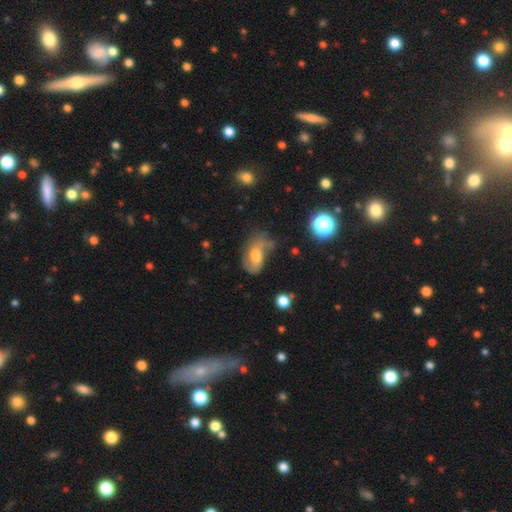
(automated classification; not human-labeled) This appears to be a featured or disk galaxy (60%) with no bar (56%), spiral arms (82%) and a moderate central bulge (52%). Merging: none (39%).